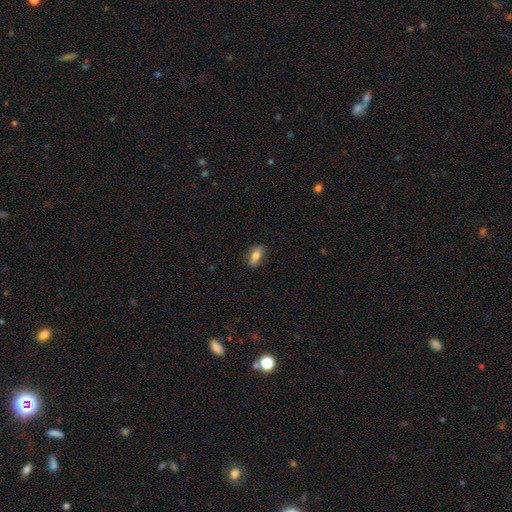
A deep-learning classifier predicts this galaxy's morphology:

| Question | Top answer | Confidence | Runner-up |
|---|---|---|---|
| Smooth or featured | smooth | 74% | featured or disk (19%) |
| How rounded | in between | 83% | cigar-shaped (9%) |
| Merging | none | 83% | minor disturbance (13%) |